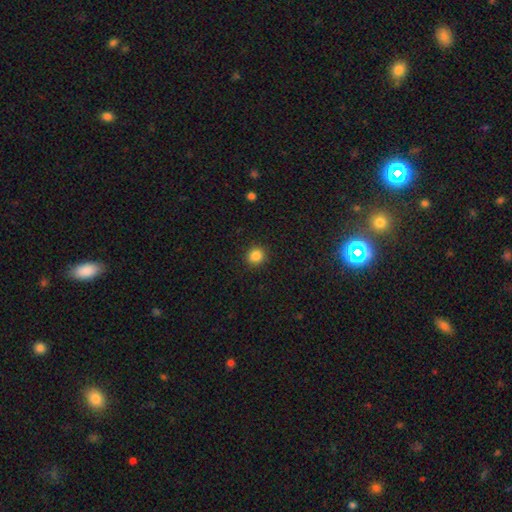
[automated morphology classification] This is clearly a smooth galaxy (86%). How rounded: clearly round (88%). Merging: clearly none (91%).